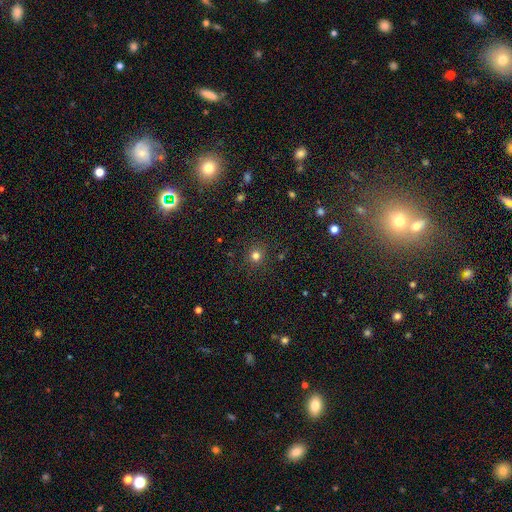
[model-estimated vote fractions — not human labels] Overall: smooth (77%). How rounded: round (92%). Merging: none (89%).